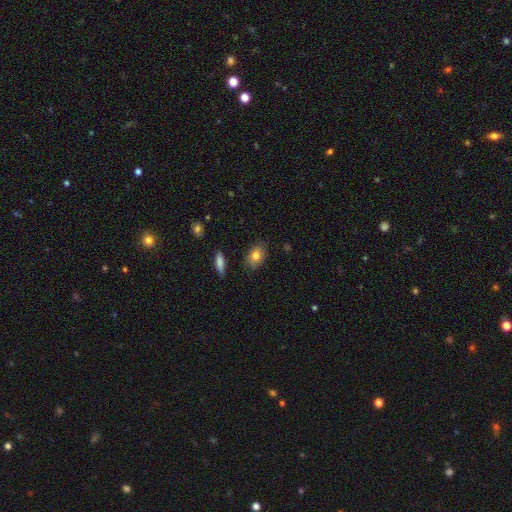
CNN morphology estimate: A smooth galaxy with no disk features (77%) that is in between round and cigar-shaped (84%). Merging: none (83%).